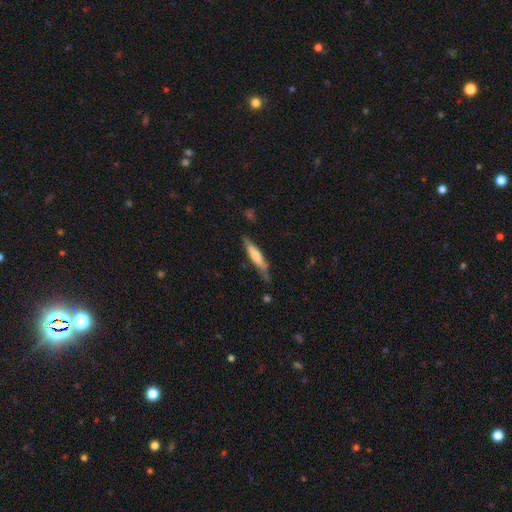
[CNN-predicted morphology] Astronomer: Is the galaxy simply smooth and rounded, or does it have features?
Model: smooth — 57% (runner-up: featured or disk, 37%).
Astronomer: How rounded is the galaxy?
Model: cigar-shaped — 87%.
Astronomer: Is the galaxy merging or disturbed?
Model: none — 69%.